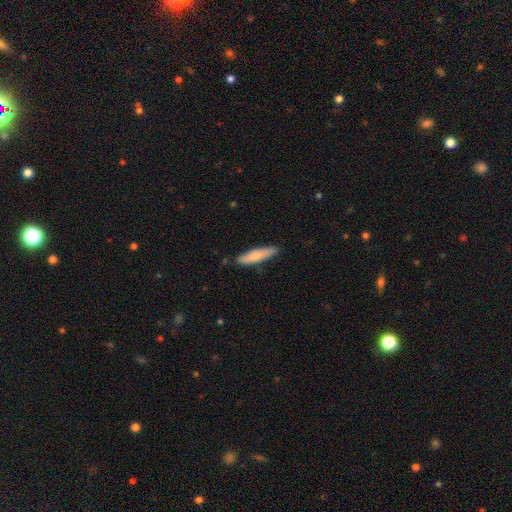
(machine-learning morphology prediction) smooth-or-featured: smooth: 73% | featured or disk: 22% | star or artifact: 5%
  how-rounded: cigar-shaped: 77% | in between: 22% | round: 2%
  merging: none: 86% | minor disturbance: 11% | major disturbance: 2% | merger: 2%